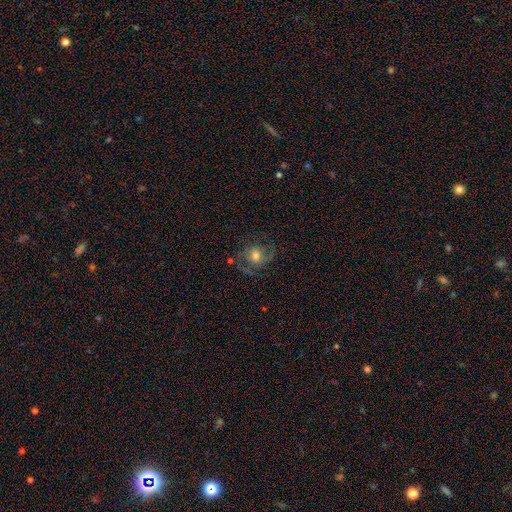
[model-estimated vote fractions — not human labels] A featured or disk galaxy (63%) with no bar (64%), spiral arms (80%) and a moderate central bulge (62%).

Vote fractions:
- Smooth or featured? featured or disk: 63% / smooth: 28% / star or artifact: 9%
- Edge-on disk? no: 97% / yes: 3%
- Bar? no: 64% / weak: 30% / strong: 6%
- Spiral arms? yes: 80% / no: 20%
- Bulge size? moderate: 62% / large: 18% / small: 16% / none: 2% / dominant: 2%
- Merging? none: 65% / minor disturbance: 18% / major disturbance: 15% / merger: 2%